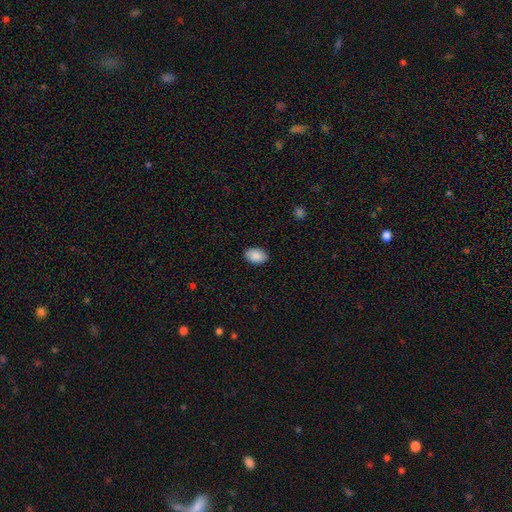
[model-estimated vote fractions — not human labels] A smooth galaxy with no disk features (89%) that is in between round and cigar-shaped (87%). Merging: none (89%).